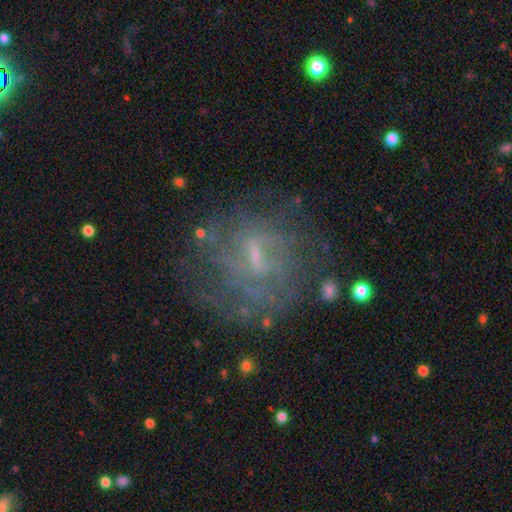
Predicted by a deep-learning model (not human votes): smooth_or_featured: featured or disk (p=0.74) [alt: smooth p=0.15]
disk_edge_on: no (p=0.97) [alt: yes p=0.03]
bar: weak (p=0.58) [alt: no p=0.23]
has_spiral_arms: yes (p=0.68) [alt: no p=0.32]
bulge_size: small (p=0.59) [alt: moderate p=0.21]
merging: none (p=0.63) [alt: minor disturbance p=0.18]